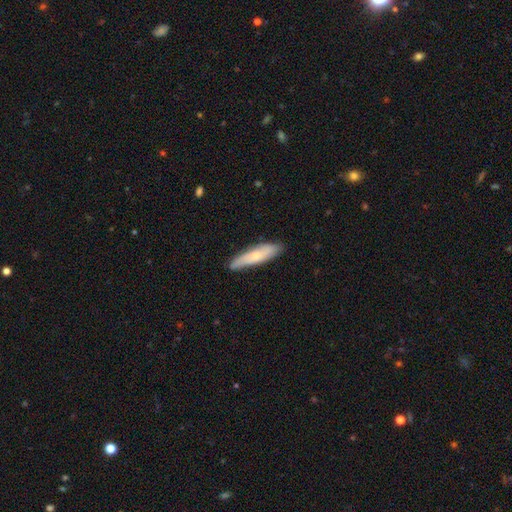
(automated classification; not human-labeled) Smooth or featured? Predicted: smooth (p=0.58). How rounded? Predicted: cigar-shaped (p=0.73). Merging? Predicted: none (p=0.79).